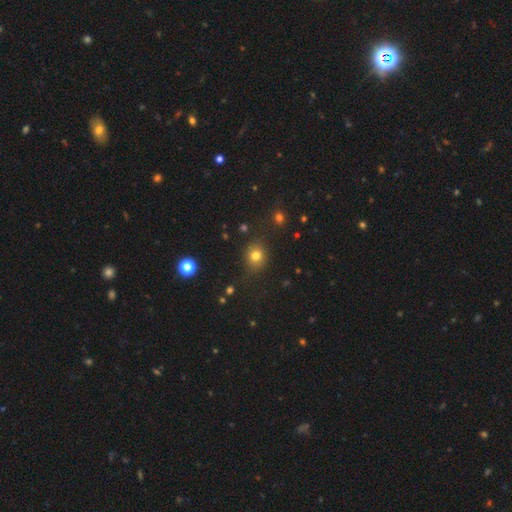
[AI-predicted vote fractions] Overall: smooth (77%). How rounded: round (73%). Merging: none (82%).